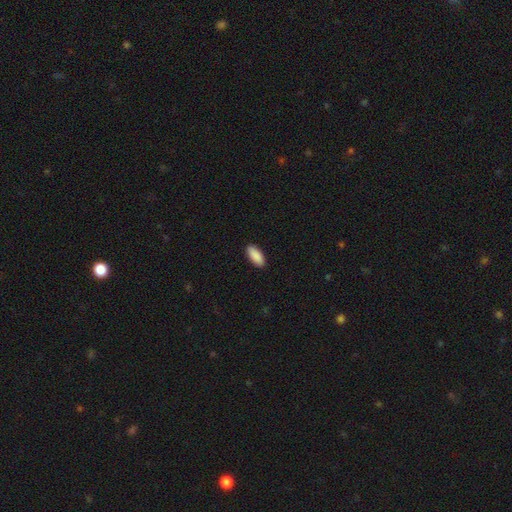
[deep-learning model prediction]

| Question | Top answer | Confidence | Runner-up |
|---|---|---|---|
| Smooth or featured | smooth | 91% | star or artifact (6%) |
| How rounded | in between | 85% | cigar-shaped (14%) |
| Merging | none | 91% | minor disturbance (7%) |